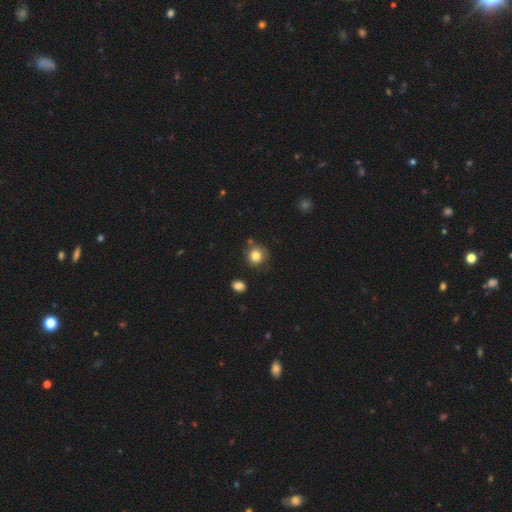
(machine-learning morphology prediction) A smooth galaxy with no disk features (82%) that is round (87%). Merging: none (77%).